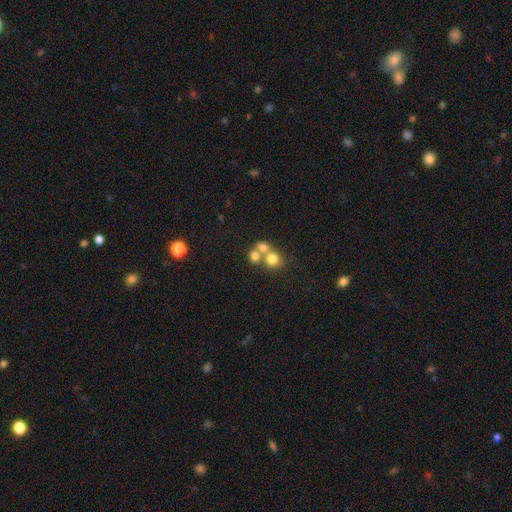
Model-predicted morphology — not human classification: A smooth galaxy with no disk features (70%) that is round (79%). Merging: merger (56%).